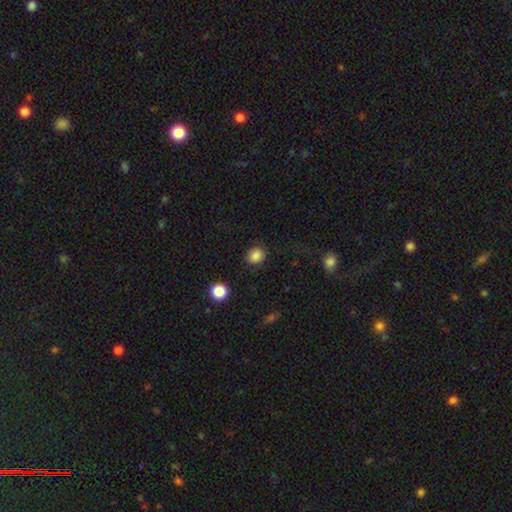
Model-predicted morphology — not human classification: Smooth or featured? Predicted: smooth (p=0.85). How rounded? Predicted: round (p=0.75). Merging? Predicted: none (p=0.86).